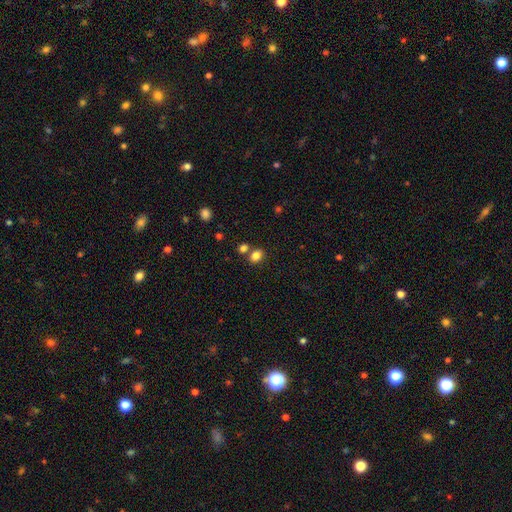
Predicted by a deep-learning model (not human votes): This appears to be a smooth galaxy with no disk features (83%) that is in between round and cigar-shaped (61%). Merging: none (65%).